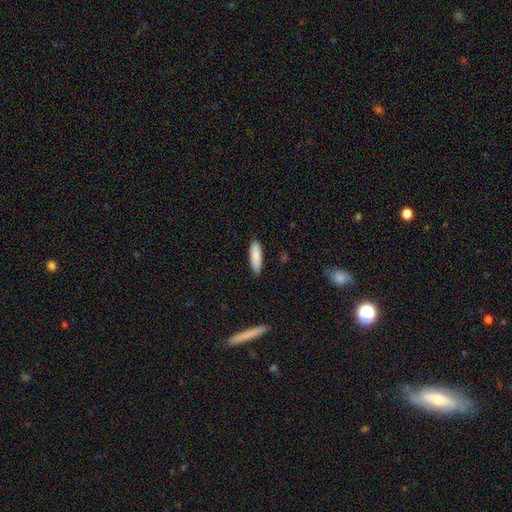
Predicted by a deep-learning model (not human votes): Smooth or featured? smooth (88%)
How rounded? in between (50%)
Merging? none (87%)